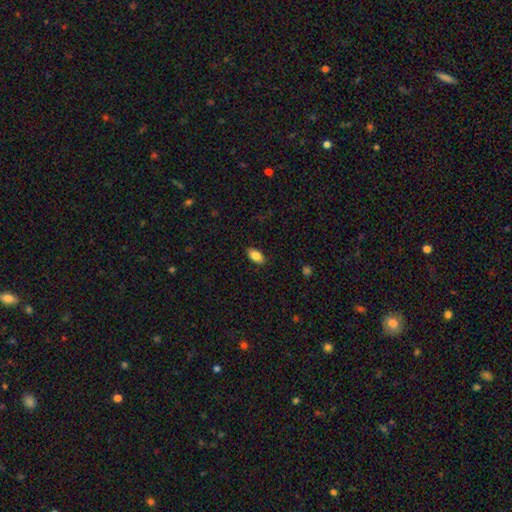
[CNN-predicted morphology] type=smooth (84%); roundness=in between (92%); merging=none (87%).